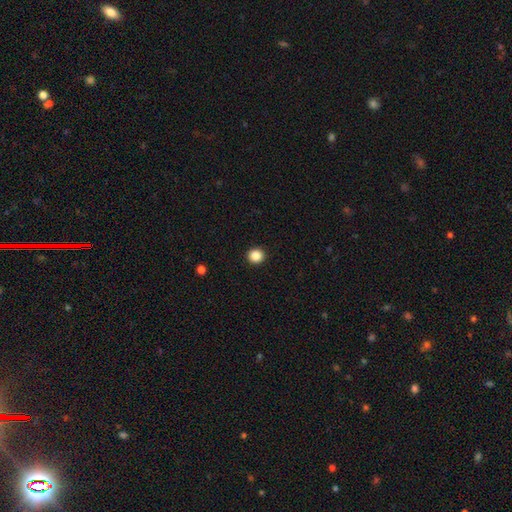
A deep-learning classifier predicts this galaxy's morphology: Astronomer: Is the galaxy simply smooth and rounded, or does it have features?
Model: smooth — 87%.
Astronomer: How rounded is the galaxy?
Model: round — 92%.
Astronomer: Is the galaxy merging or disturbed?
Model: none — 93%.